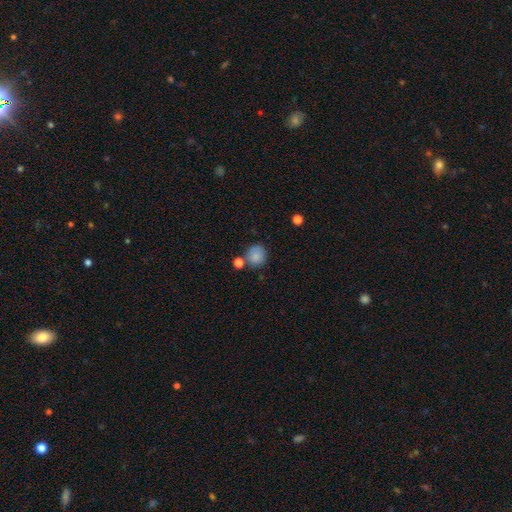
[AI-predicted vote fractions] Smooth or featured?
  - smooth: 83% *
  - star or artifact: 9%
  - featured or disk: 7%
How rounded?
  - round: 82% *
  - in between: 17%
  - cigar-shaped: 1%
Merging?
  - none: 64% *
  - minor disturbance: 17%
  - merger: 14%
  - major disturbance: 5%